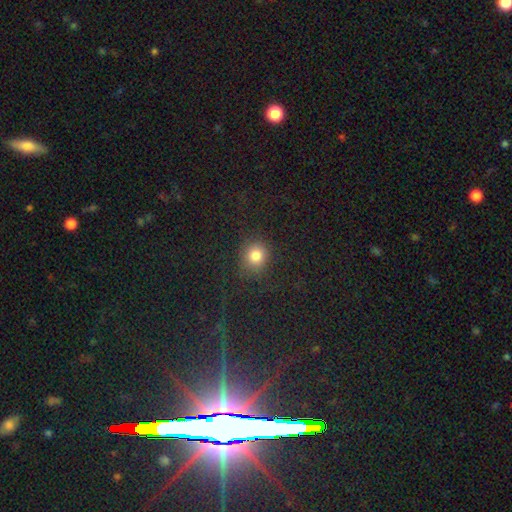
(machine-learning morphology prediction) Smooth or featured? Predicted: smooth (p=0.79). How rounded? Predicted: round (p=0.83). Merging? Predicted: none (p=0.81).